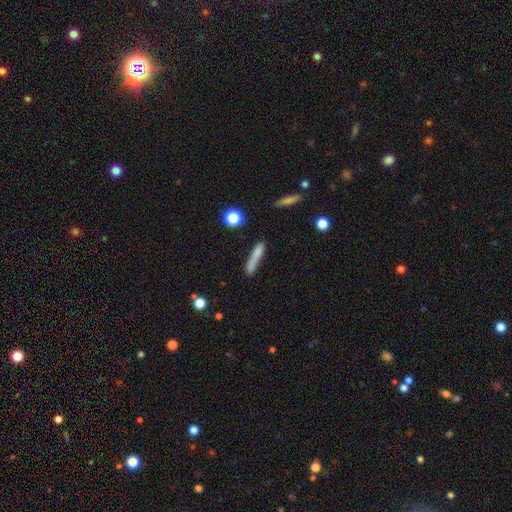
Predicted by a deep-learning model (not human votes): This appears to be a smooth galaxy with no disk features (72%) that is cigar-shaped (91%). Merging: none (64%).